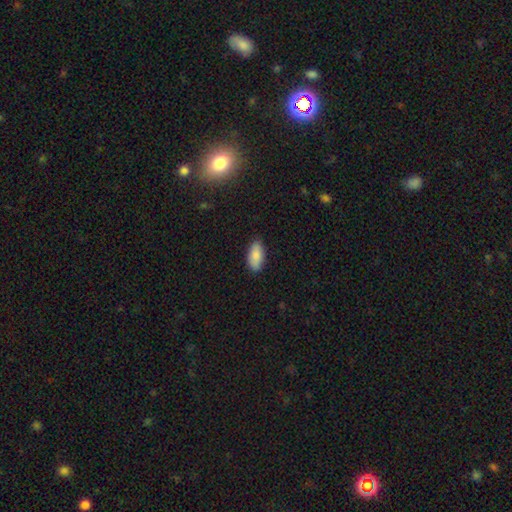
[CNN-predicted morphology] smooth 86%, featured or disk 8%, star or artifact 6%. Down the decision tree: how rounded — in between (90%); merging — none (84%).